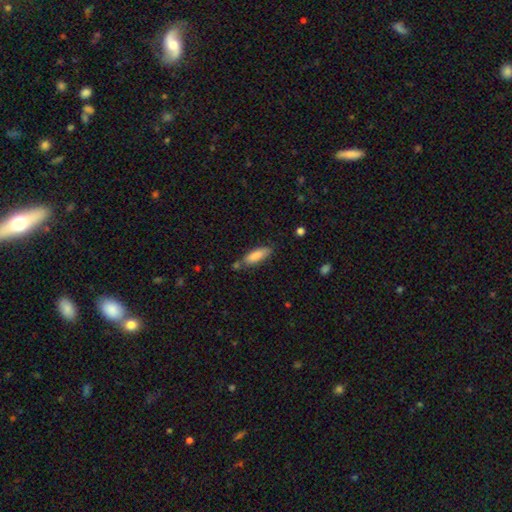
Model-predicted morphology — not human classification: smooth-or-featured: smooth: 84% | featured or disk: 10% | star or artifact: 6%
  how-rounded: in between: 56% | cigar-shaped: 43% | round: 2%
  merging: none: 71% | minor disturbance: 18% | merger: 8% | major disturbance: 4%